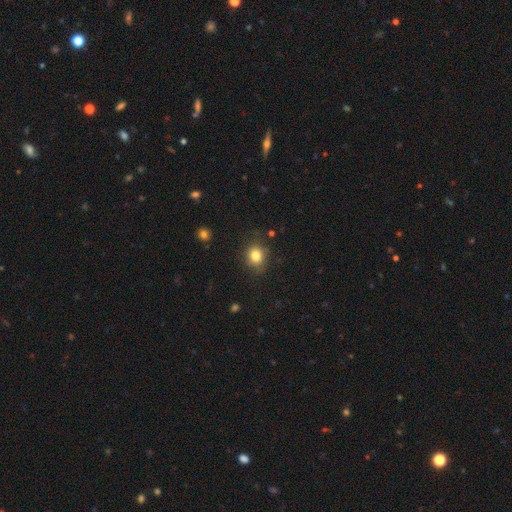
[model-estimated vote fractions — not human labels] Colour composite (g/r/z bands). It shows a smooth galaxy with no disk features (82%) that is round (70%). Merging: none (79%).